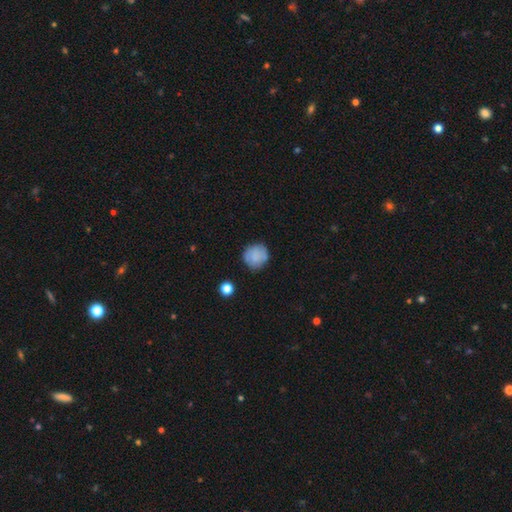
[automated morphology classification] Q: Smooth or featured?
A: smooth (74%); runner-up: featured or disk (17%)
Q: How rounded?
A: round (88%); runner-up: in between (11%)
Q: Merging?
A: none (77%); runner-up: minor disturbance (16%)